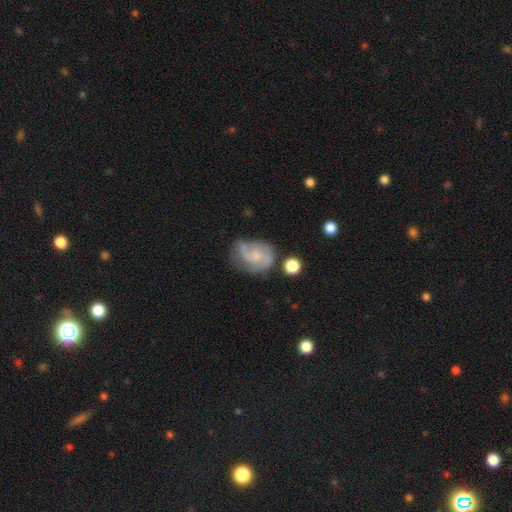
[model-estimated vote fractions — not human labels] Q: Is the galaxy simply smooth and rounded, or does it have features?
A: featured or disk — 64%.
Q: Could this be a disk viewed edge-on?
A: no — 98%.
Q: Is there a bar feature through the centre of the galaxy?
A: no — 67%.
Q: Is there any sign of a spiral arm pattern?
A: yes — 85%.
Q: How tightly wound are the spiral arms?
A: medium — 43%.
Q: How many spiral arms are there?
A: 2 — 50%.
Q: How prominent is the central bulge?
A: small — 55%.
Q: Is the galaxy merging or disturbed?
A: none — 45%.